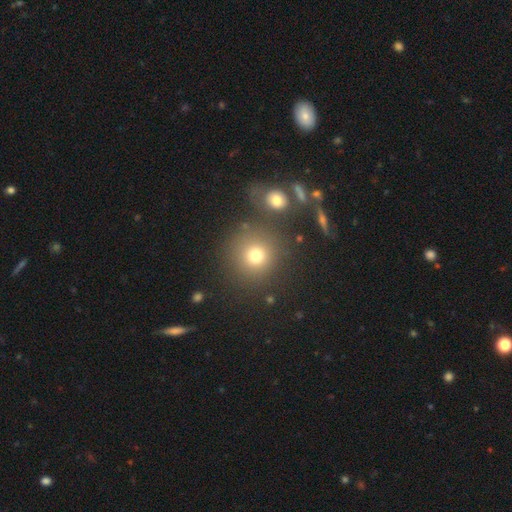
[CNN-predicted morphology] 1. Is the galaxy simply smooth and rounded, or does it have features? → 74% smooth, 17% star or artifact, 9% featured or disk.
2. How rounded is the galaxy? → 91% round, 8% in between, 1% cigar-shaped.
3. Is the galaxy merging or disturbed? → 76% none, 10% merger, 9% minor disturbance, 5% major disturbance.